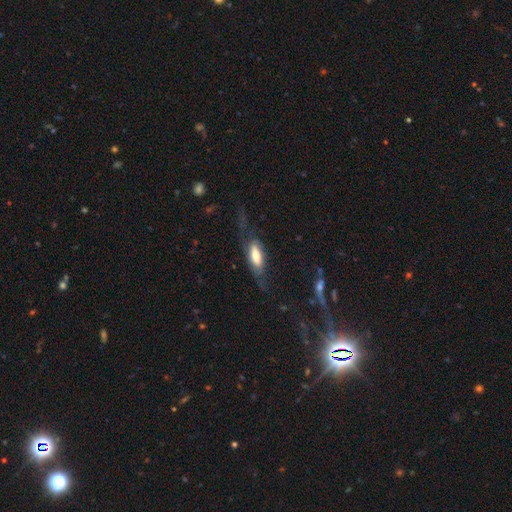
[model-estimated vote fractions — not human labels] Q: Smooth or featured?
A: smooth (54%); runner-up: featured or disk (40%)
Q: How rounded?
A: in between (69%); runner-up: cigar-shaped (28%)
Q: Merging?
A: none (47%); runner-up: major disturbance (29%)